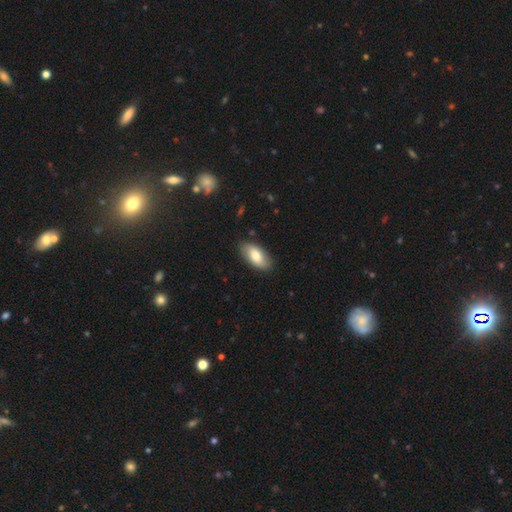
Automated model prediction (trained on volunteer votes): Q: Smooth or featured?
A: smooth (71%); runner-up: featured or disk (23%)
Q: How rounded?
A: in between (93%); runner-up: cigar-shaped (4%)
Q: Merging?
A: none (84%); runner-up: minor disturbance (12%)